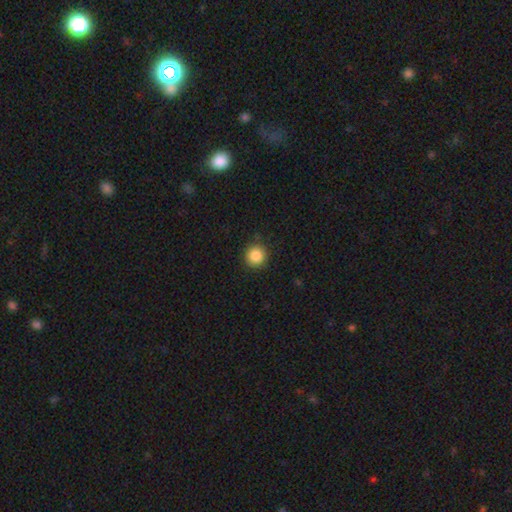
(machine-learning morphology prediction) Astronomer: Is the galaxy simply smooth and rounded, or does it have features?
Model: smooth — 86%.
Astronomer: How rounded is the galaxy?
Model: round — 94%.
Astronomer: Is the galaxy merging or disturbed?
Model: none — 90%.